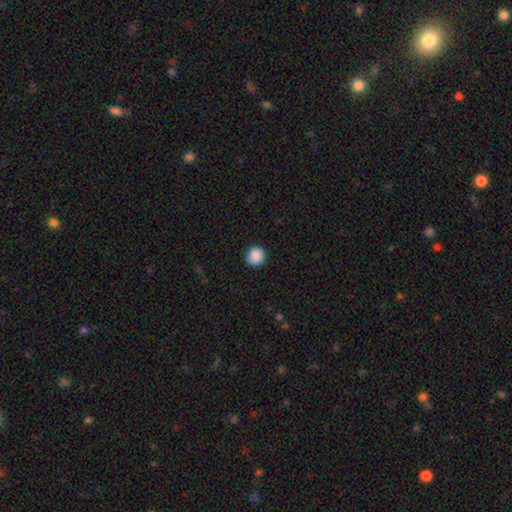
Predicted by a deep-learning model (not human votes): Morphology: type=smooth (87%); roundness=round (90%); merging=none (89%).